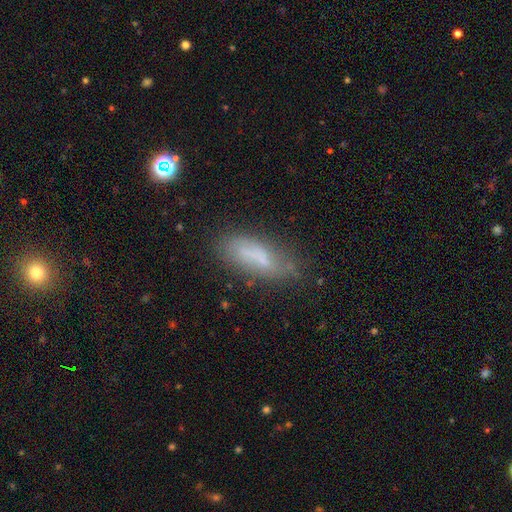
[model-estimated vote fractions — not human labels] smooth 60%, featured or disk 29%, star or artifact 11%. Down the decision tree: how rounded — in between (59%); merging — none (60%).